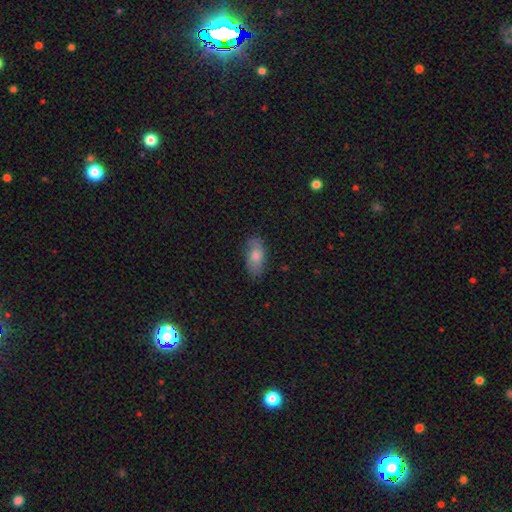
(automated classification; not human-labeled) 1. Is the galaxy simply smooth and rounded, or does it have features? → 68% smooth, 24% featured or disk, 8% star or artifact.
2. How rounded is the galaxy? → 87% in between, 9% cigar-shaped, 4% round.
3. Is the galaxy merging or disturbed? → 80% none, 16% minor disturbance, 3% major disturbance, 1% merger.